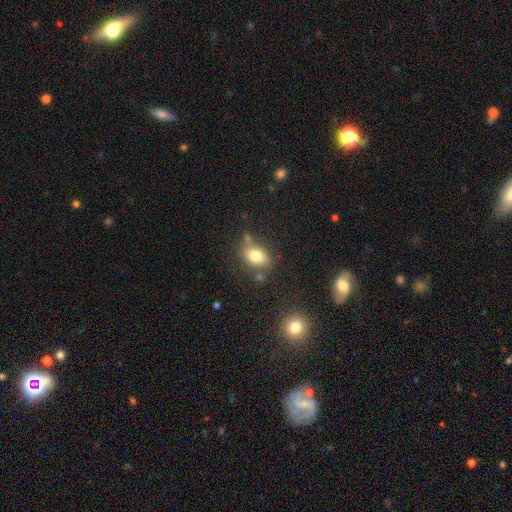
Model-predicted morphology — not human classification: Smooth or featured: smooth — 78% (featured or disk — 12%)
How rounded: in between — 77% (round — 22%)
Merging: none — 64% (minor disturbance — 17%)